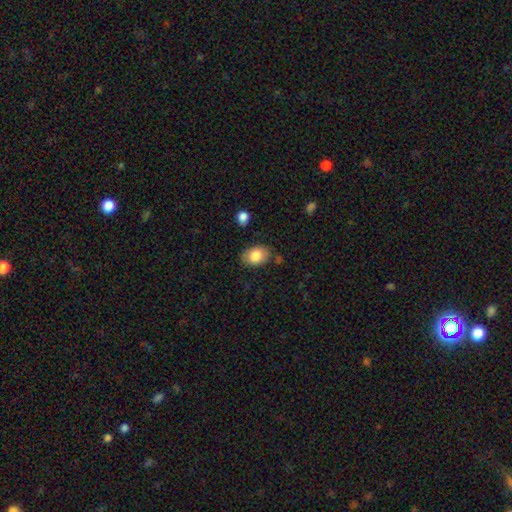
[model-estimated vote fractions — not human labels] A smooth galaxy with no disk features (82%) that is in between round and cigar-shaped (81%). Merging: none (79%).